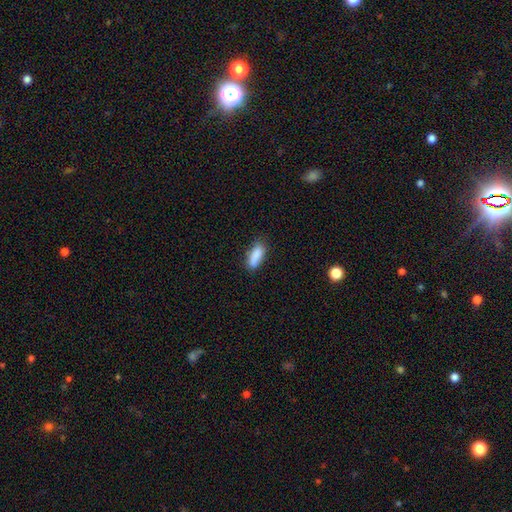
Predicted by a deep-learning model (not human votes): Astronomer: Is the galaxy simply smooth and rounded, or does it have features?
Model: smooth — 87%.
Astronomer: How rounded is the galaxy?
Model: in between — 68%.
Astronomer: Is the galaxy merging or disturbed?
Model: none — 75%.